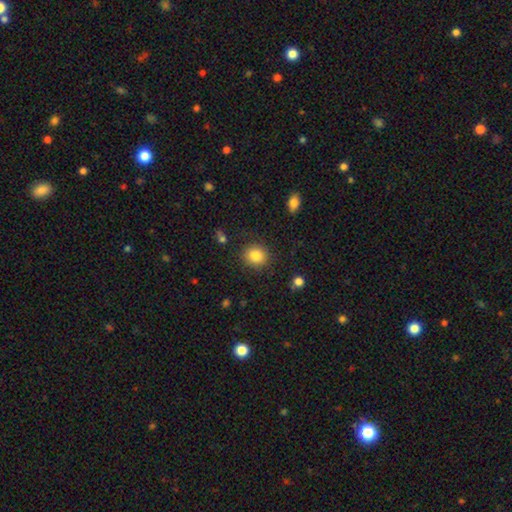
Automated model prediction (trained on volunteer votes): This is clearly a smooth galaxy (84%). How rounded: clearly round (82%). Merging: clearly none (87%).